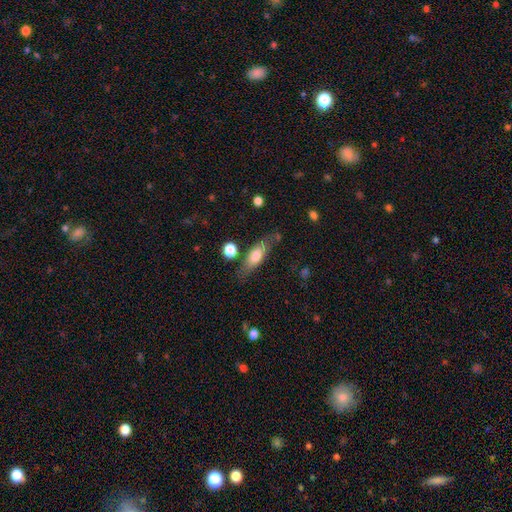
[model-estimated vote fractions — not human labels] Q: Smooth or featured?
A: smooth (66%); runner-up: featured or disk (27%)
Q: How rounded?
A: in between (61%); runner-up: cigar-shaped (36%)
Q: Merging?
A: none (67%); runner-up: minor disturbance (20%)